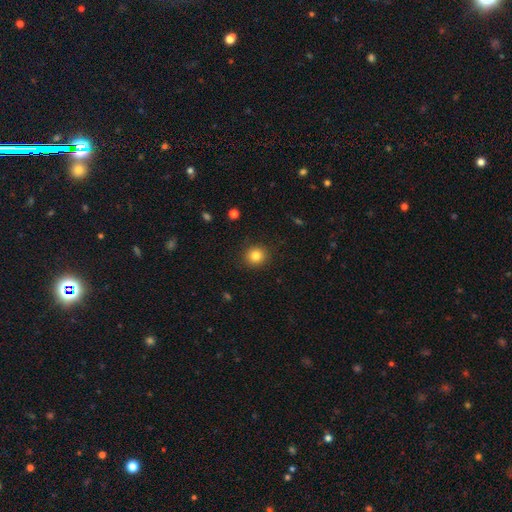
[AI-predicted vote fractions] Smooth or featured? Predicted: smooth (p=0.82). How rounded? Predicted: round (p=0.89). Merging? Predicted: none (p=0.90).